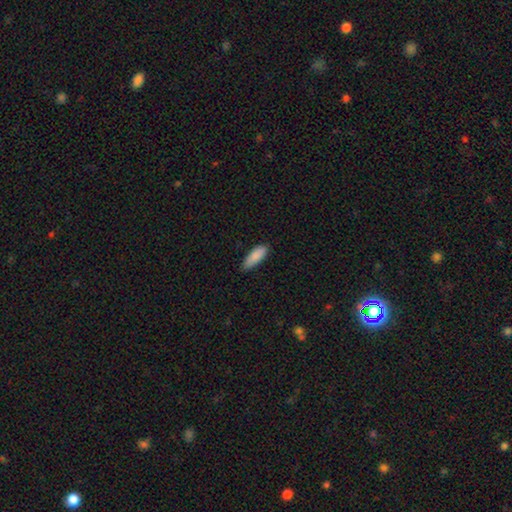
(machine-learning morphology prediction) smooth-or-featured: smooth: 88% | star or artifact: 6% | featured or disk: 6%
  how-rounded: in between: 66% | cigar-shaped: 32% | round: 2%
  merging: none: 74% | minor disturbance: 22% | major disturbance: 3% | merger: 1%